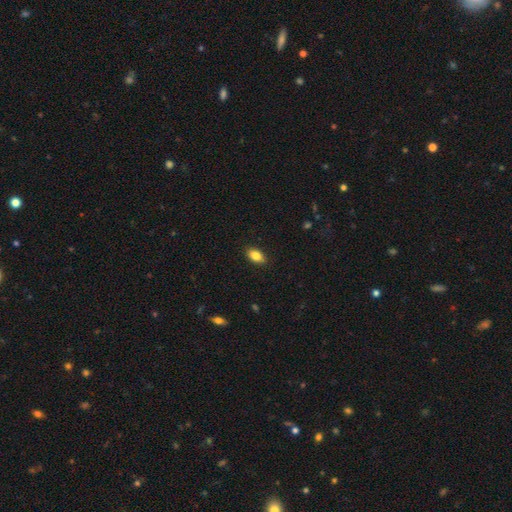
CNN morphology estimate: Smooth or featured?
  - smooth: 85% *
  - star or artifact: 8%
  - featured or disk: 7%
How rounded?
  - in between: 90% *
  - round: 7%
  - cigar-shaped: 3%
Merging?
  - none: 89% *
  - minor disturbance: 8%
  - major disturbance: 2%
  - merger: 1%